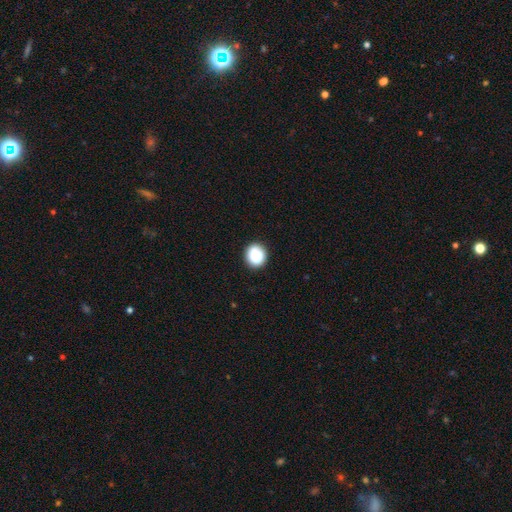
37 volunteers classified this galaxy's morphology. smooth-or-featured: smooth: 86% | featured or disk: 8% | star or artifact: 5%
  how-rounded: round: 88% | in between: 12% | cigar-shaped: 0%
  merging: none: 86% | minor disturbance: 11% | merger: 3% | major disturbance: 0%